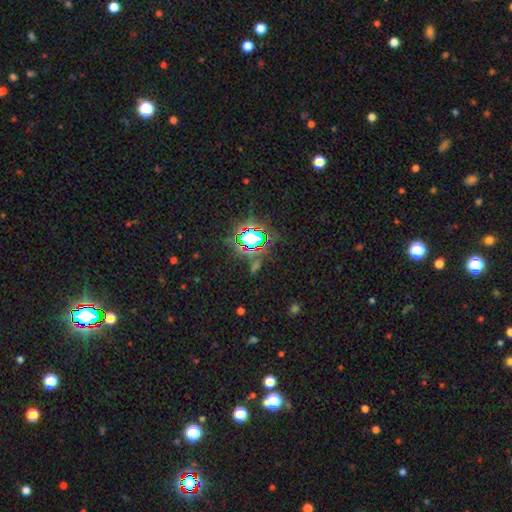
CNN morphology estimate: Smooth or featured: star or artifact — 81% (smooth — 12%)